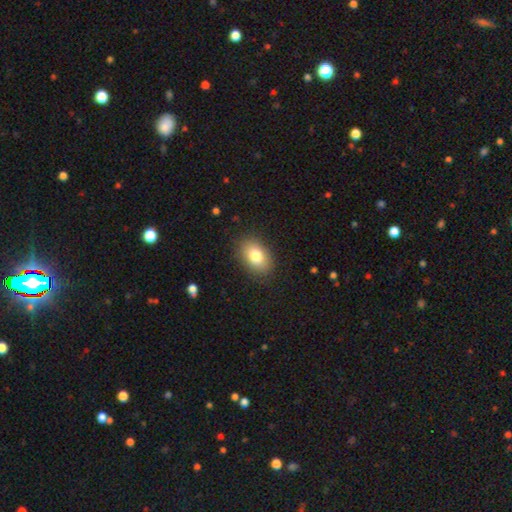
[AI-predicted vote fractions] Smooth or featured? smooth (81%)
How rounded? in between (84%)
Merging? none (86%)